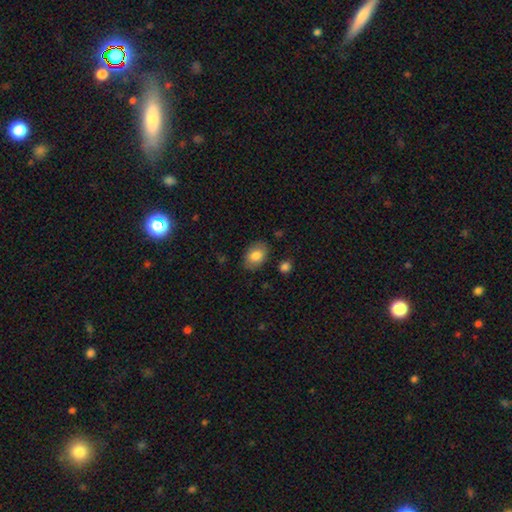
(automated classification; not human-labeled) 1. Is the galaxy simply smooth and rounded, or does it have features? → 82% smooth, 11% featured or disk, 7% star or artifact.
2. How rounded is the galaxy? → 84% in between, 15% round, 1% cigar-shaped.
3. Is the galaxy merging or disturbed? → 84% none, 12% minor disturbance, 3% major disturbance, 2% merger.